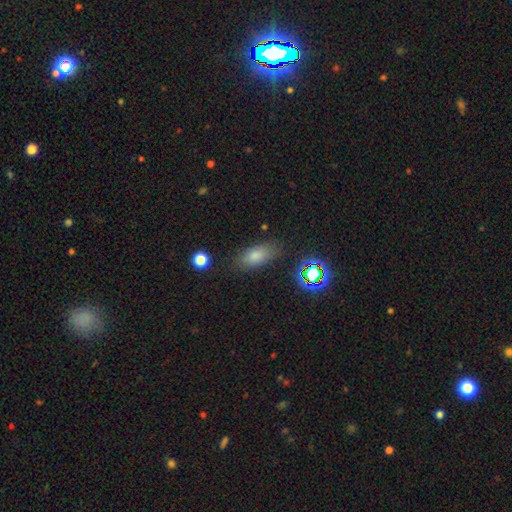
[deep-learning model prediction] This appears to be a smooth galaxy with no disk features (77%) that is in between round and cigar-shaped (84%). Merging: none (79%).